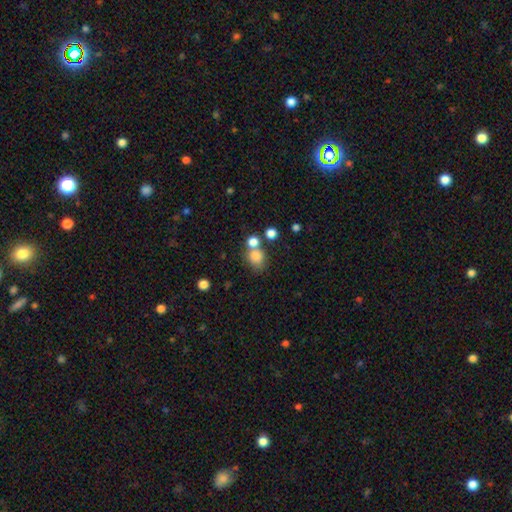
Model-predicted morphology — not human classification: Smooth or featured? smooth (79%)
How rounded? round (71%)
Merging? none (50%)